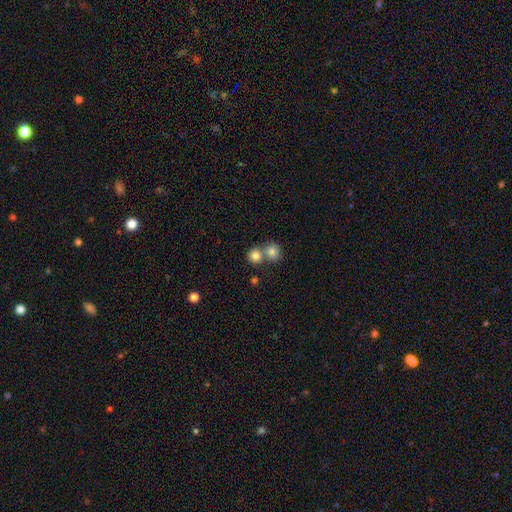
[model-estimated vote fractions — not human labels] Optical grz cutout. It shows a smooth galaxy with no disk features (82%) that is round (89%). Merging: none (49%).